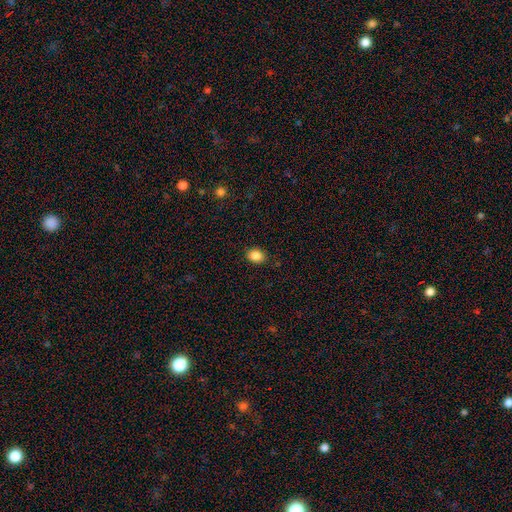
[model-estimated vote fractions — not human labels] Overall: smooth (87%). How rounded: in between (64%; round 35%). Merging: none (88%).